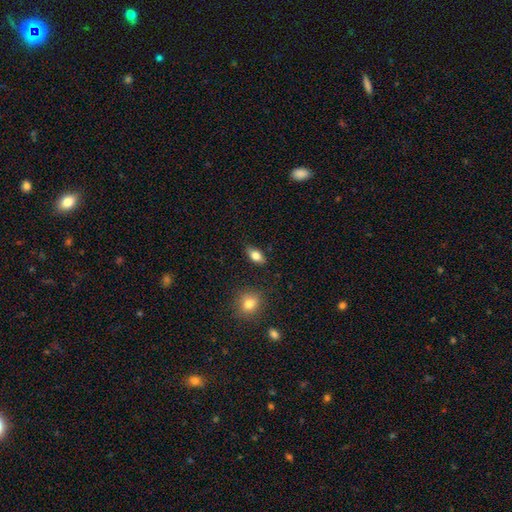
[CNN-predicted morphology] smooth-or-featured: smooth: 79% | featured or disk: 14% | star or artifact: 8%
  how-rounded: in between: 87% | cigar-shaped: 7% | round: 6%
  merging: none: 84% | minor disturbance: 12% | major disturbance: 3% | merger: 2%